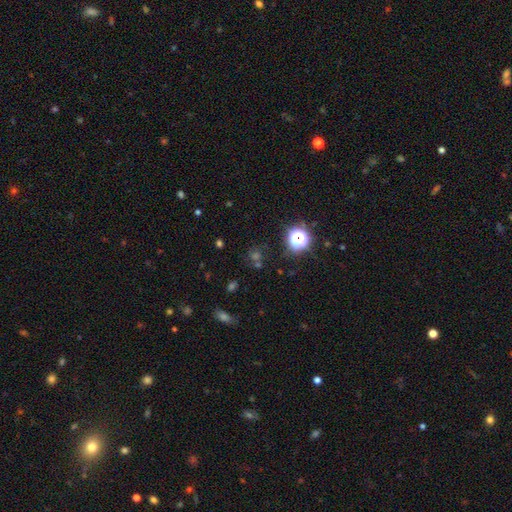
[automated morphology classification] star or artifact 58%, smooth 33%, featured or disk 9%.